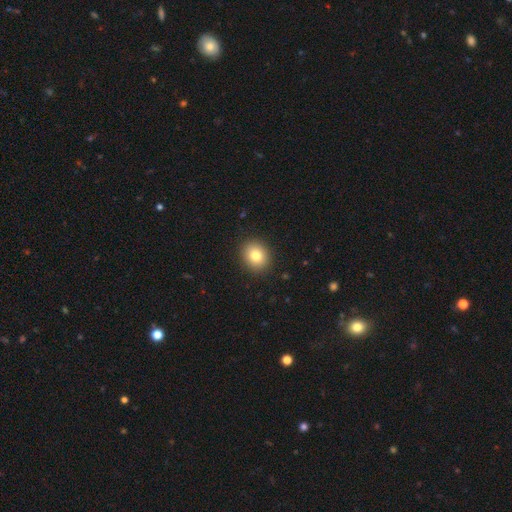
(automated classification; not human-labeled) A smooth galaxy with no disk features (80%) that is round (69%).

Vote fractions:
- Smooth or featured? smooth: 80% / star or artifact: 10% / featured or disk: 9%
- How rounded? round: 69% / in between: 30% / cigar-shaped: 1%
- Merging? none: 90% / minor disturbance: 7% / major disturbance: 2% / merger: 1%